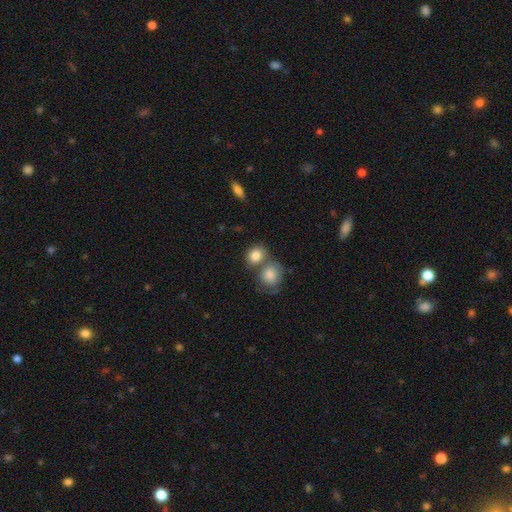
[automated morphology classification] Smooth or featured? smooth (85%)
How rounded? round (62%)
Merging? merger (46%)